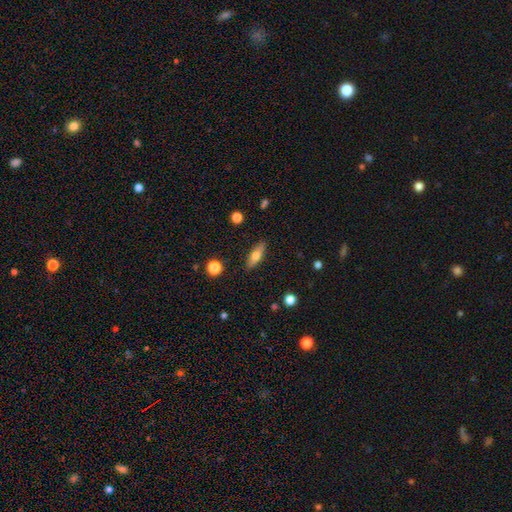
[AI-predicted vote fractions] Morphology: type=smooth (62%); roundness=in between (50%); merging=none (87%).